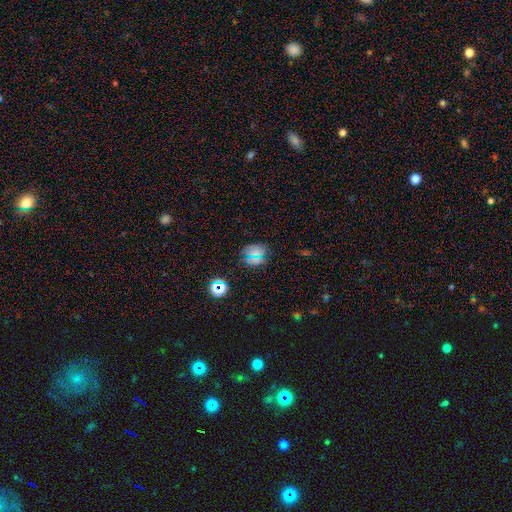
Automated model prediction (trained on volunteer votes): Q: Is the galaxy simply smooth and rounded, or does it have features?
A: smooth — 58%.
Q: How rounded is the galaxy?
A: round — 66%.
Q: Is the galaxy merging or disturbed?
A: none — 80%.